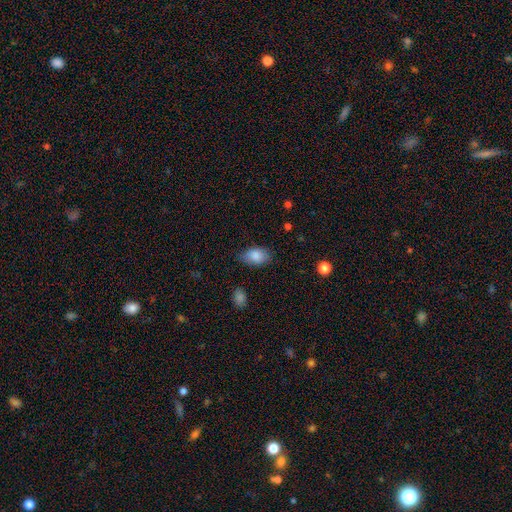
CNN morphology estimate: Smooth or featured? Predicted: smooth (p=0.85). How rounded? Predicted: in between (p=0.89). Merging? Predicted: none (p=0.74).